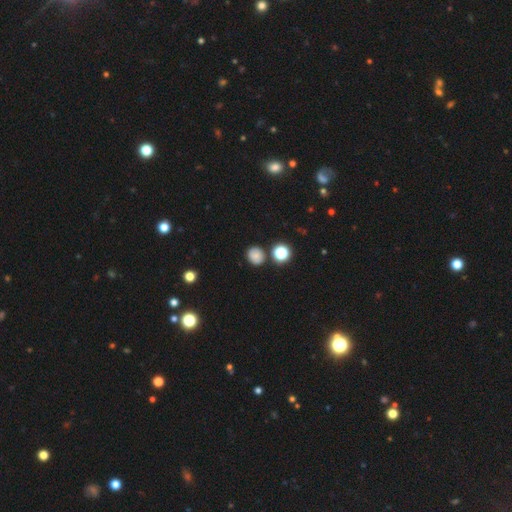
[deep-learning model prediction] smooth_or_featured: smooth (p=0.79) [alt: star or artifact p=0.15]
how_rounded: round (p=0.77) [alt: in between p=0.22]
merging: none (p=0.81) [alt: minor disturbance p=0.10]